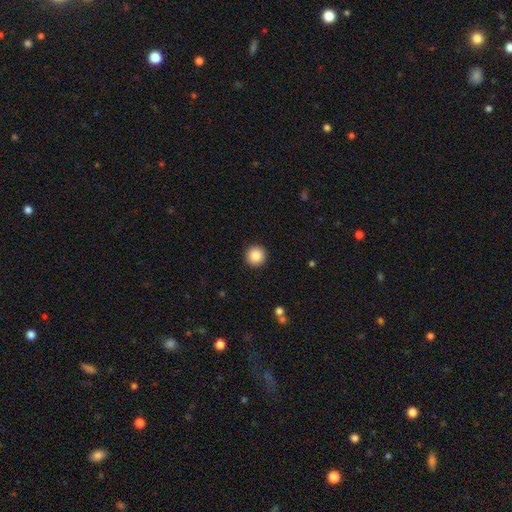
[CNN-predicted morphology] smooth 85%, star or artifact 9%, featured or disk 6%. Down the decision tree: how rounded — round (95%); merging — none (93%).